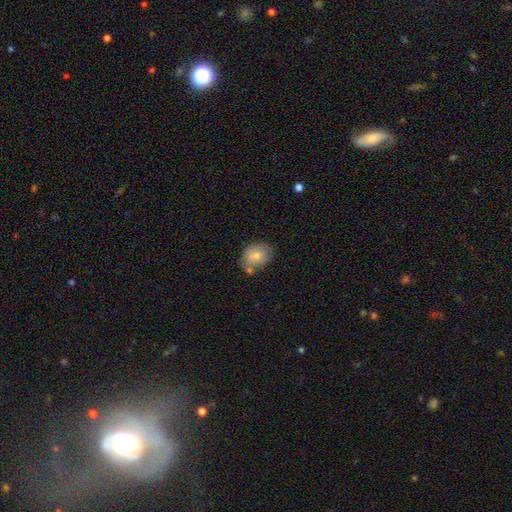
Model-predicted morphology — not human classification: Smooth or featured?
  - smooth: 75% *
  - featured or disk: 17%
  - star or artifact: 8%
How rounded?
  - in between: 53% *
  - round: 46%
  - cigar-shaped: 1%
Merging?
  - none: 60% *
  - minor disturbance: 21%
  - merger: 15%
  - major disturbance: 5%